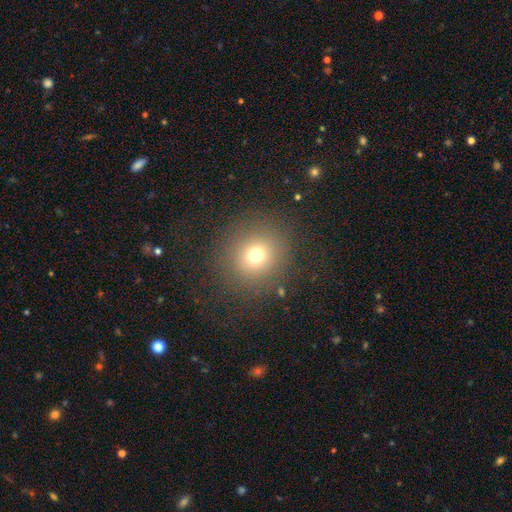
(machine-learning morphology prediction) Smooth or featured? smooth (71%)
How rounded? round (91%)
Merging? none (87%)